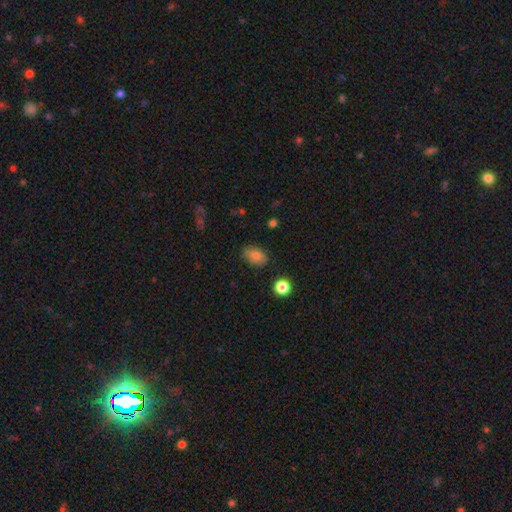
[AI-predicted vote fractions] This is clearly a smooth galaxy (82%). How rounded: clearly in between (81%). Merging: likely none (79%).